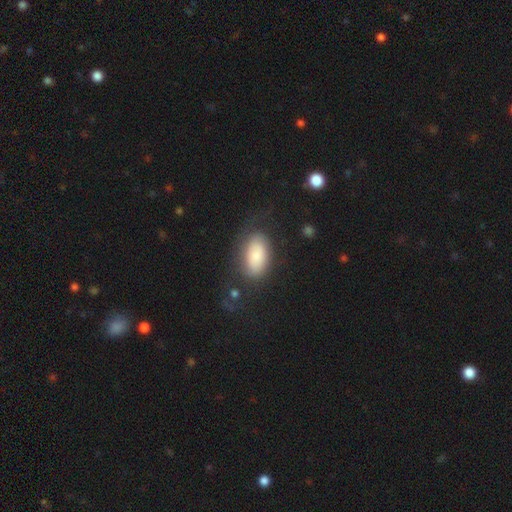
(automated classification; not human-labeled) Smooth or featured?
  - smooth: 70% *
  - featured or disk: 23%
  - star or artifact: 7%
How rounded?
  - in between: 93% *
  - round: 6%
  - cigar-shaped: 2%
Merging?
  - none: 67% *
  - minor disturbance: 18%
  - major disturbance: 12%
  - merger: 3%